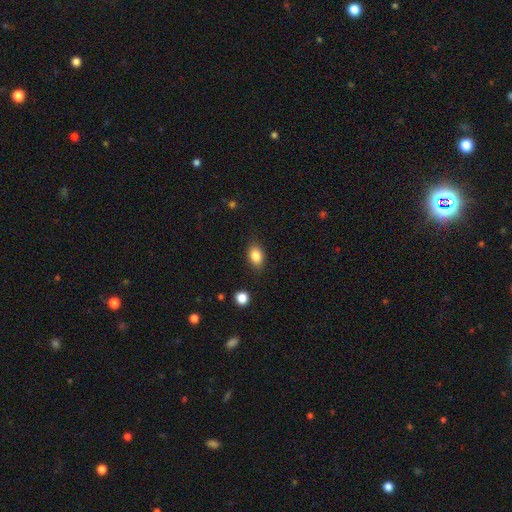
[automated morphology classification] Smooth or featured? smooth (84%)
How rounded? in between (80%)
Merging? none (84%)